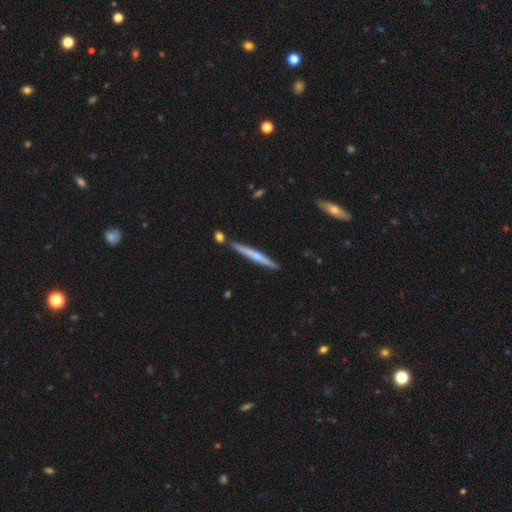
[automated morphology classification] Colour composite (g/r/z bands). It shows a featured or disk galaxy (62%) viewed edge-on (97%) with a rounded central bulge (74%). Merging: none (83%).